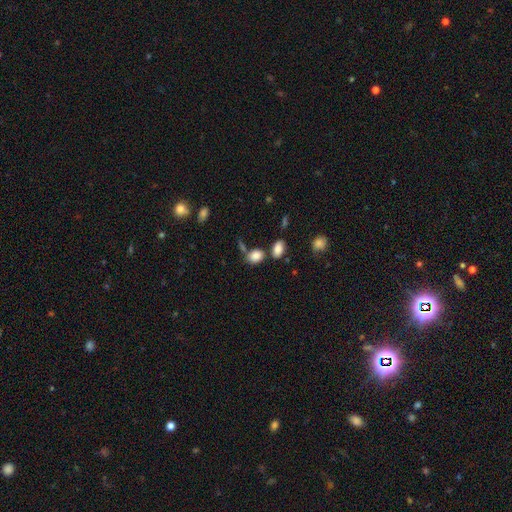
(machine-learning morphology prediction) Q: Smooth or featured?
A: smooth (85%); runner-up: star or artifact (10%)
Q: How rounded?
A: in between (65%); runner-up: round (33%)
Q: Merging?
A: none (58%); runner-up: merger (21%)